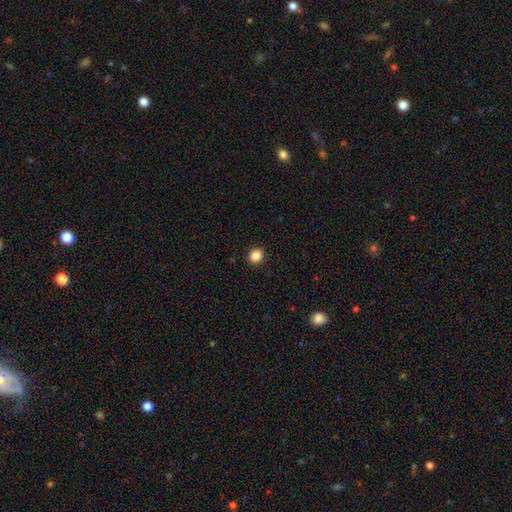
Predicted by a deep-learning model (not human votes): Smooth or featured? smooth (87%)
How rounded? round (80%)
Merging? none (92%)